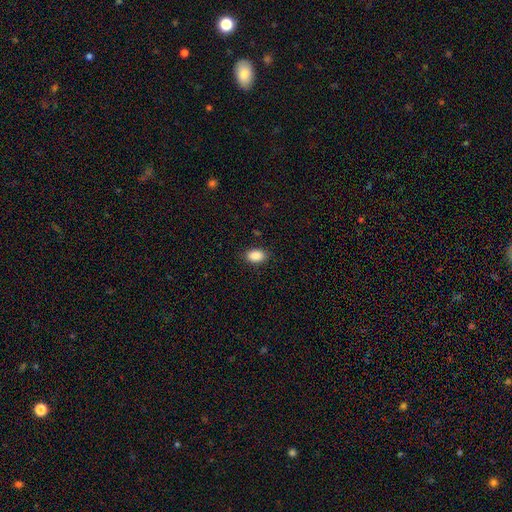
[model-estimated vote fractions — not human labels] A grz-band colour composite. It shows a smooth galaxy with no disk features (89%) that is in between round and cigar-shaped (88%). Merging: none (87%).